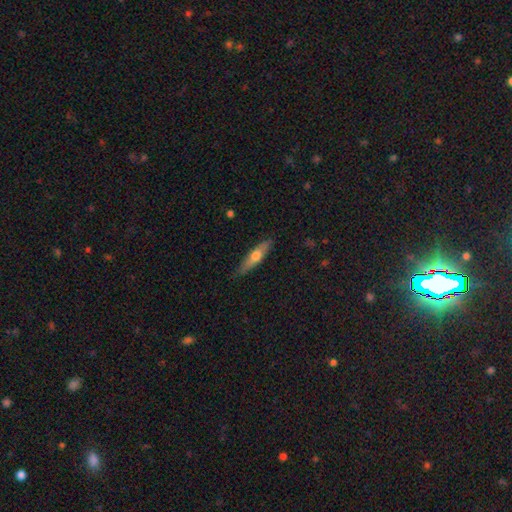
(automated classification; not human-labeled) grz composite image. It shows a smooth galaxy with no disk features (53%) that is cigar-shaped (75%). Merging: none (84%).